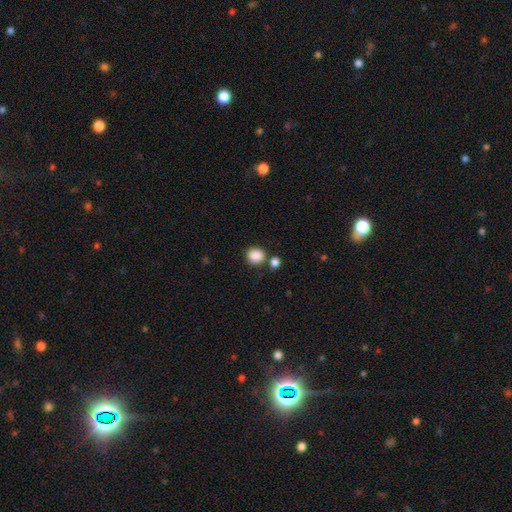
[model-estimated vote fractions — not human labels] smooth 88%, star or artifact 9%, featured or disk 3%. Down the decision tree: how rounded — round (79%); merging — none (72%).